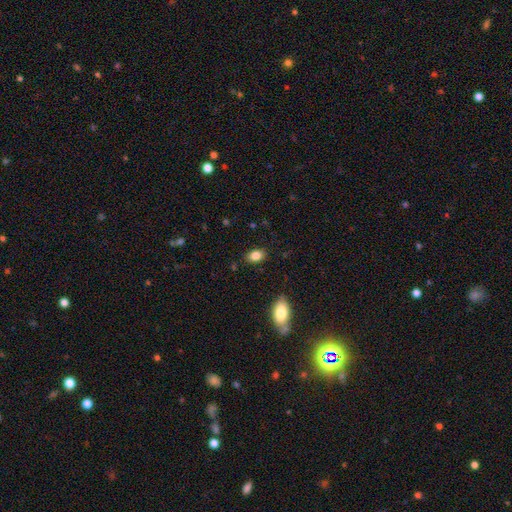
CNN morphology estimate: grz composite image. It shows a smooth galaxy with no disk features (84%) that is in between round and cigar-shaped (84%). Merging: none (86%).